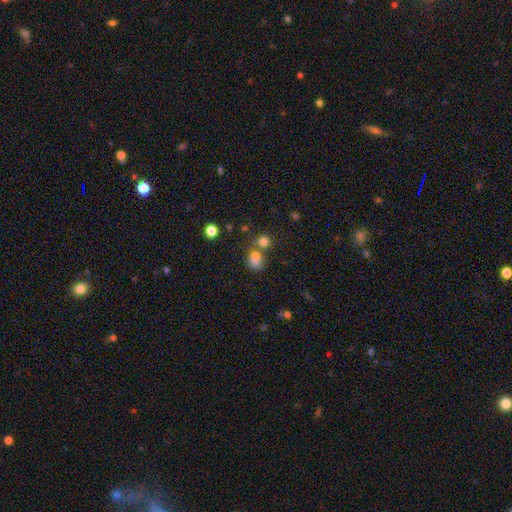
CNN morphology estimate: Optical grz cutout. It shows a smooth galaxy with no disk features (74%) that is round (62%). Merging: none (43%).